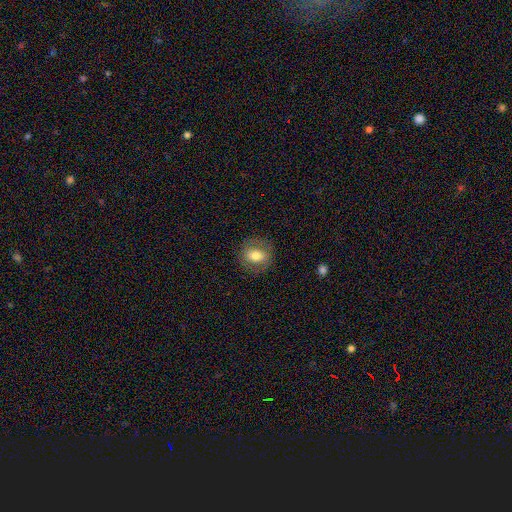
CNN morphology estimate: The model was most divided on "how rounded": round: 58%, in between: 40%, cigar-shaped: 1%. More confident: merging — none (82%); smooth or featured — smooth (64%).